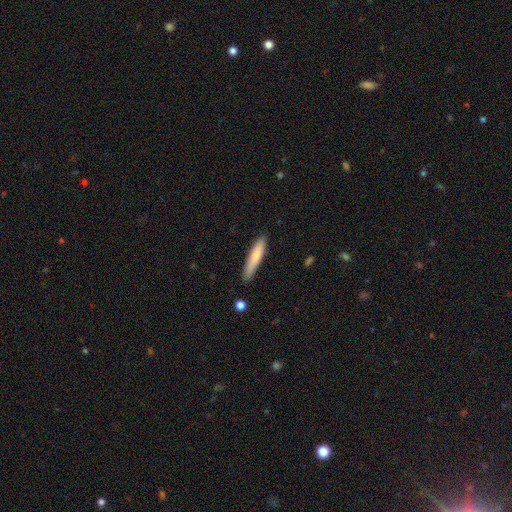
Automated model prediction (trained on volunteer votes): Smooth or featured? Predicted: smooth (p=0.75). How rounded? Predicted: cigar-shaped (p=0.88). Merging? Predicted: none (p=0.83).